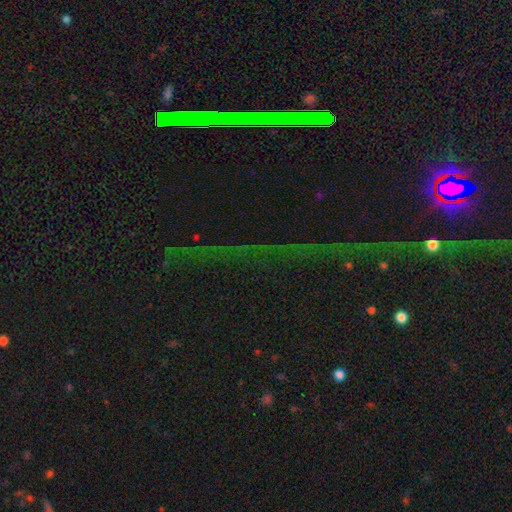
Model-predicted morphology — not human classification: Smooth or featured? Predicted: star or artifact (p=0.78).